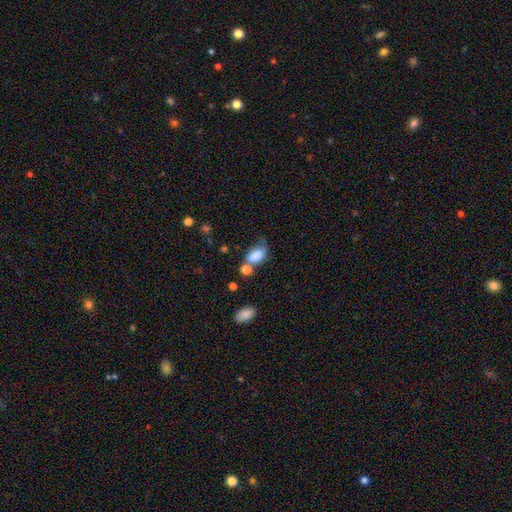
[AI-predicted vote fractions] Smooth or featured? Predicted: smooth (p=0.78). How rounded? Predicted: in between (p=0.88). Merging? Predicted: none (p=0.30).